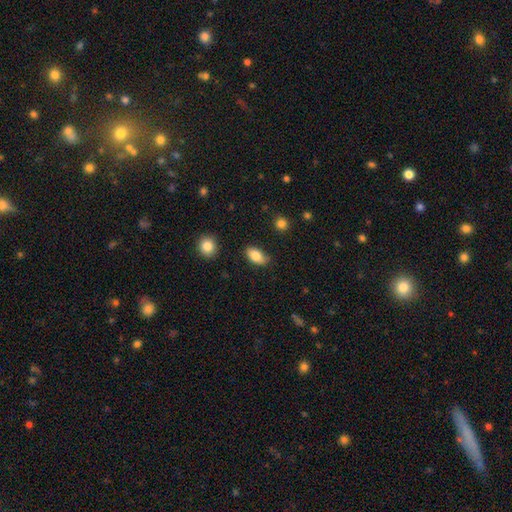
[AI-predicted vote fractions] A smooth galaxy with no disk features (83%) that is in between round and cigar-shaped (91%). Merging: none (80%).